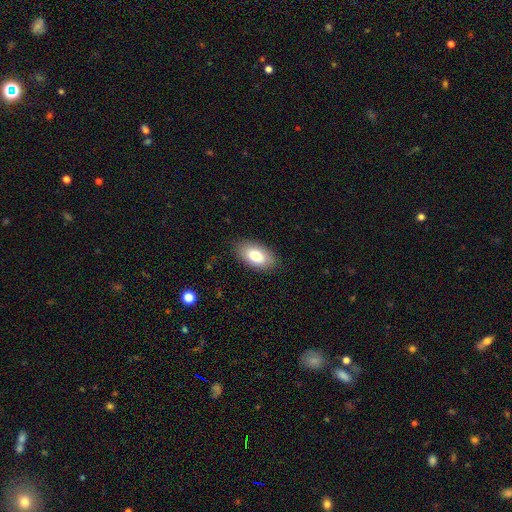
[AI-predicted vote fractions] Smooth or featured? Predicted: smooth (p=0.81). How rounded? Predicted: in between (p=0.94). Merging? Predicted: none (p=0.85).